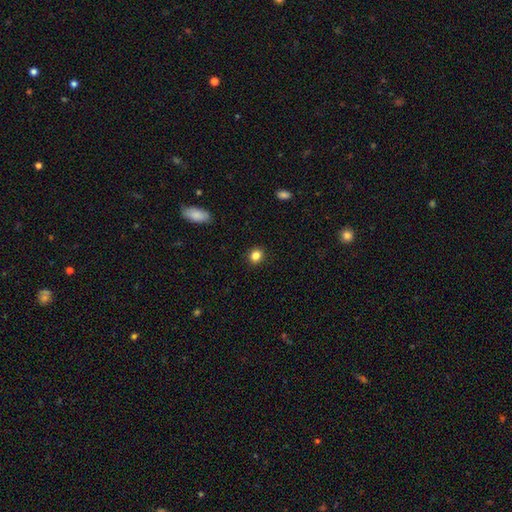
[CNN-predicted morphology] type=smooth (84%); roundness=round (76%); merging=none (91%).